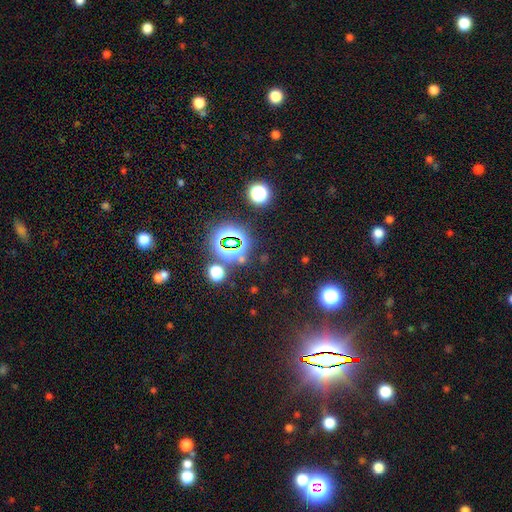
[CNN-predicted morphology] smooth-or-featured: star or artifact: 81% | smooth: 11% | featured or disk: 8%